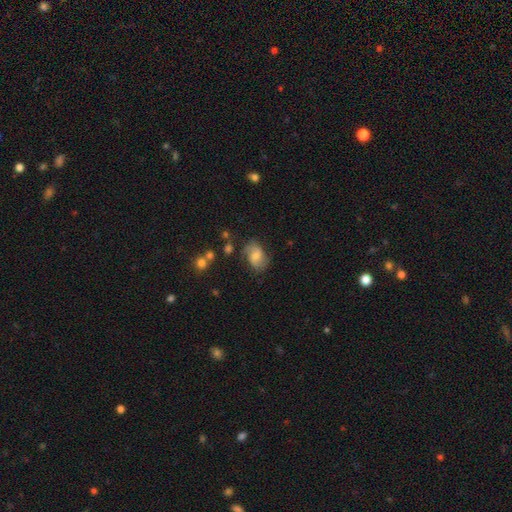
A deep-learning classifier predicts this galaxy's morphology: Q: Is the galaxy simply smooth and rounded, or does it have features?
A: smooth — 47%.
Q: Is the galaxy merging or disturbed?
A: none — 65%.